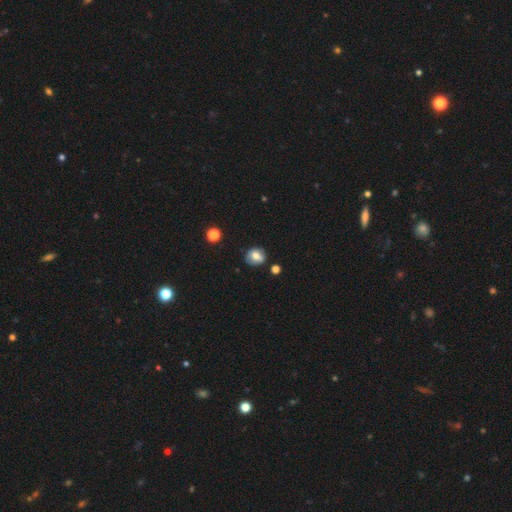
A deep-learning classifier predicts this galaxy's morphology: The model was most divided on "smooth or featured": smooth: 67%, featured or disk: 22%, star or artifact: 10%. More confident: merging — none (77%); how rounded — round (73%).